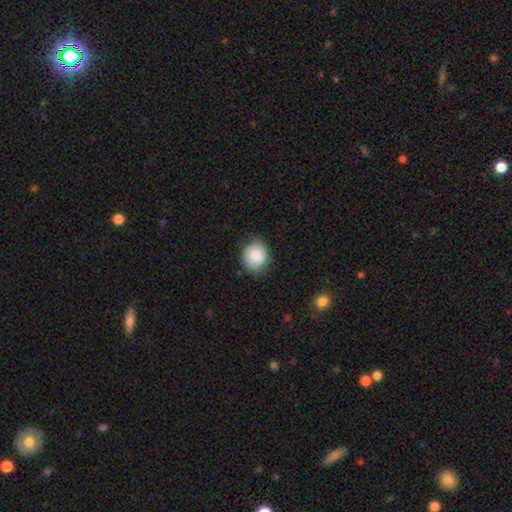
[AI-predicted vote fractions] smooth-or-featured: smooth: 87% | star or artifact: 7% | featured or disk: 5%
  how-rounded: round: 77% | in between: 22% | cigar-shaped: 1%
  merging: none: 79% | minor disturbance: 16% | major disturbance: 4% | merger: 1%